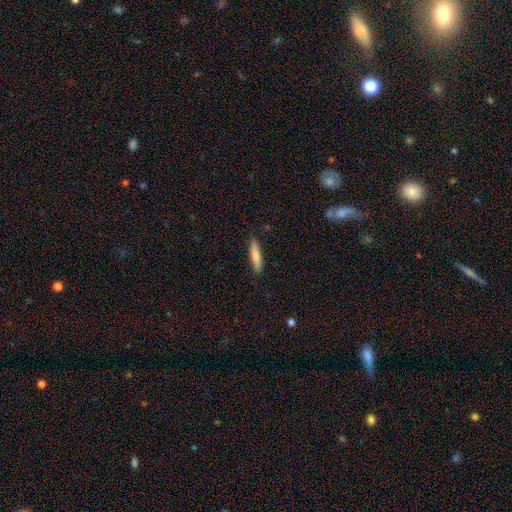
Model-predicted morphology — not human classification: smooth_or_featured: smooth (p=0.79) [alt: featured or disk p=0.15]
how_rounded: cigar-shaped (p=0.84) [alt: in between p=0.15]
merging: none (p=0.88) [alt: minor disturbance p=0.09]